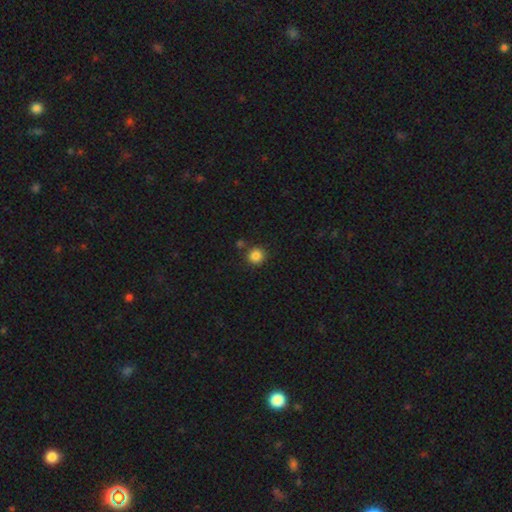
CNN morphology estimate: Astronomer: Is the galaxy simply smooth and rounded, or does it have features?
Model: smooth — 86%.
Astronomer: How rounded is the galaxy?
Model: round — 93%.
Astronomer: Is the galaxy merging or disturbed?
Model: none — 83%.